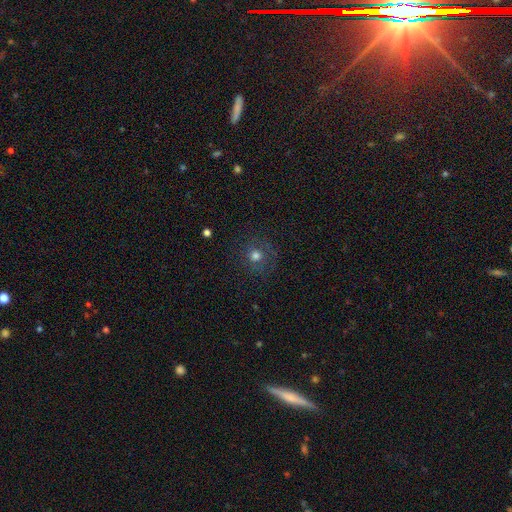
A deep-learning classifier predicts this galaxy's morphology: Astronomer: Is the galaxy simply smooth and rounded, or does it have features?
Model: smooth — 72%.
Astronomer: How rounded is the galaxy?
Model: round — 91%.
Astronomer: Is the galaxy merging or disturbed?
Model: none — 82%.